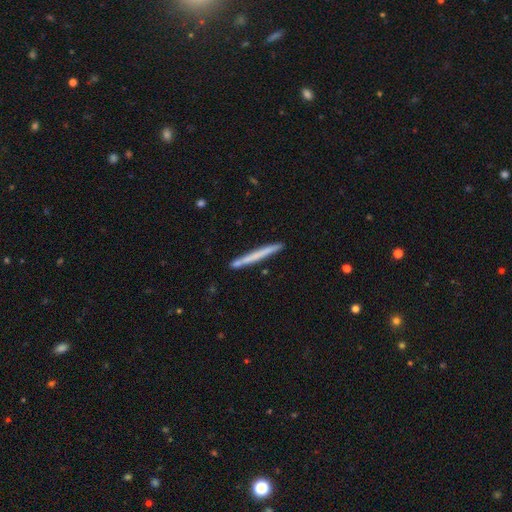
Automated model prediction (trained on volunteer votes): Q: Smooth or featured?
A: smooth (59%); runner-up: featured or disk (35%)
Q: How rounded?
A: cigar-shaped (97%); runner-up: in between (2%)
Q: Merging?
A: none (87%); runner-up: minor disturbance (8%)